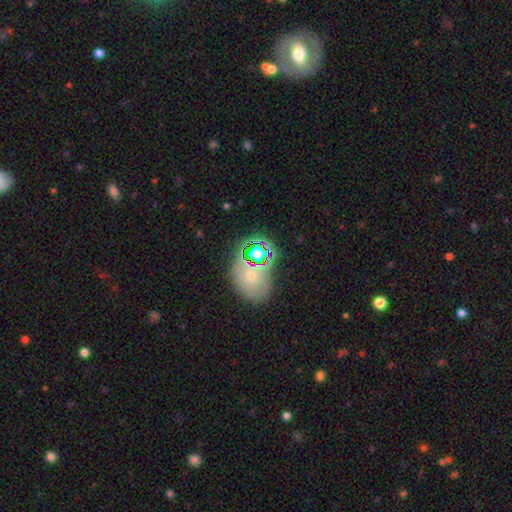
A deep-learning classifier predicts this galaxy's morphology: Overall: star or artifact (42%; smooth 34%).